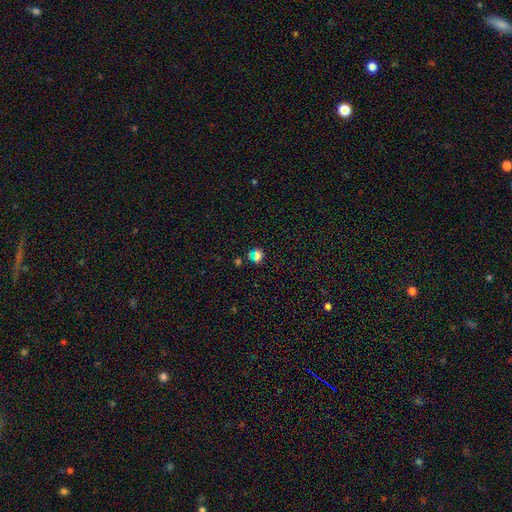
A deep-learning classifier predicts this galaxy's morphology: Smooth or featured? Predicted: smooth (p=0.66). How rounded? Predicted: round (p=0.79). Merging? Predicted: none (p=0.76).